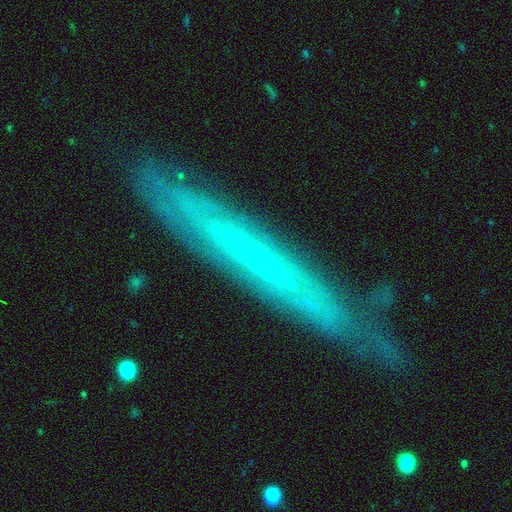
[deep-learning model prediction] Q: Smooth or featured?
A: featured or disk (70%); runner-up: smooth (23%)
Q: Edge-on disk?
A: yes (74%); runner-up: no (26%)
Q: Edge-on bulge?
A: none (73%); runner-up: rounded (23%)
Q: Merging?
A: none (76%); runner-up: minor disturbance (18%)